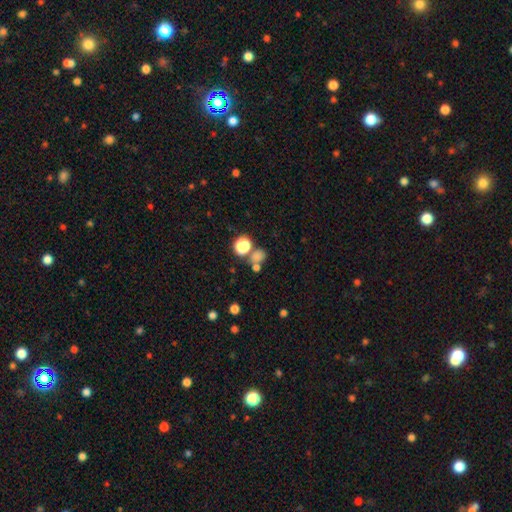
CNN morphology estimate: A smooth galaxy with no disk features (53%) that is round (73%). Merging: none (60%).